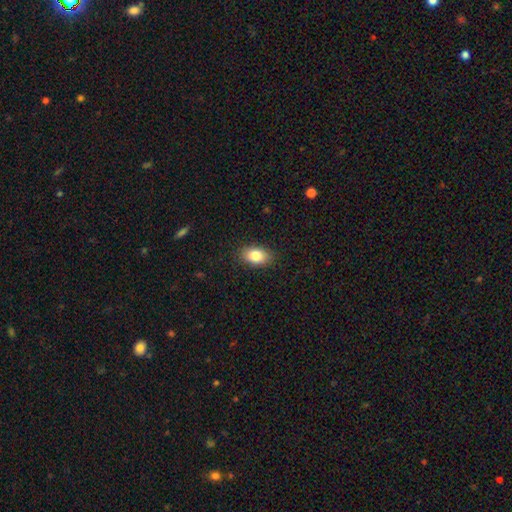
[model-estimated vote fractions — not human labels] Overall: smooth (83%). How rounded: in between (86%). Merging: none (87%).